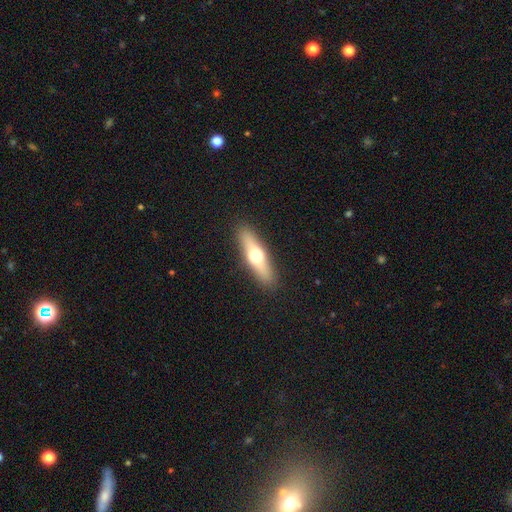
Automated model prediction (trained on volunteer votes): smooth-or-featured: smooth: 47% | featured or disk: 46% | star or artifact: 6%
  merging: none: 90% | minor disturbance: 7% | major disturbance: 2% | merger: 1%